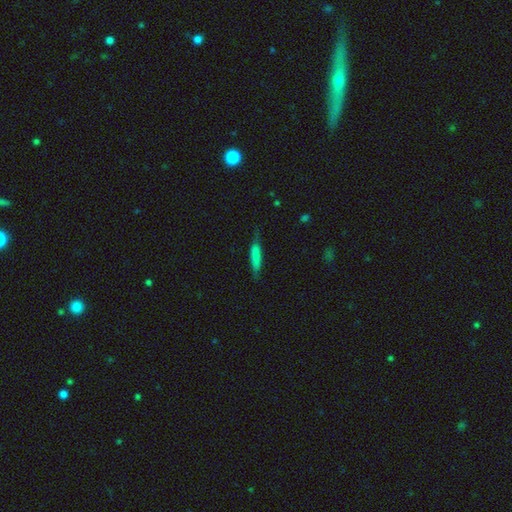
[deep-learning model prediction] Morphology: type=smooth (70%); roundness=cigar-shaped (80%); merging=none (64%).